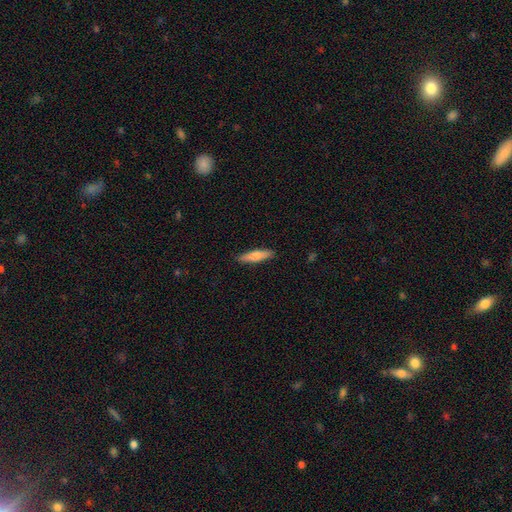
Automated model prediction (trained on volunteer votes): The model was most divided on "smooth or featured": smooth: 72%, featured or disk: 23%, star or artifact: 6%. More confident: merging — none (89%); how rounded — cigar-shaped (77%).